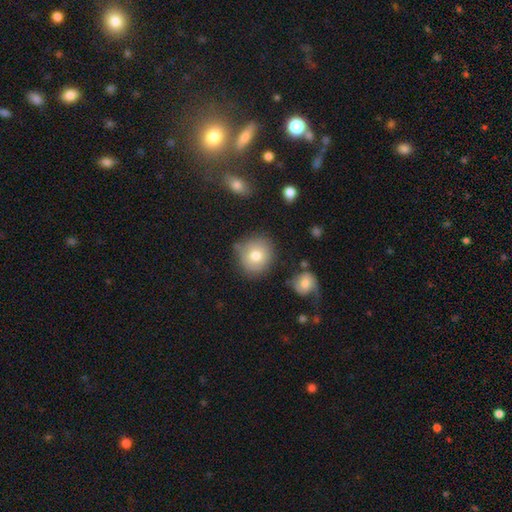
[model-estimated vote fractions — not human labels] A smooth galaxy with no disk features (77%) that is round (87%).

Vote fractions:
- Smooth or featured? smooth: 77% / featured or disk: 14% / star or artifact: 9%
- How rounded? round: 87% / in between: 12% / cigar-shaped: 1%
- Merging? none: 74% / minor disturbance: 16% / merger: 5% / major disturbance: 4%